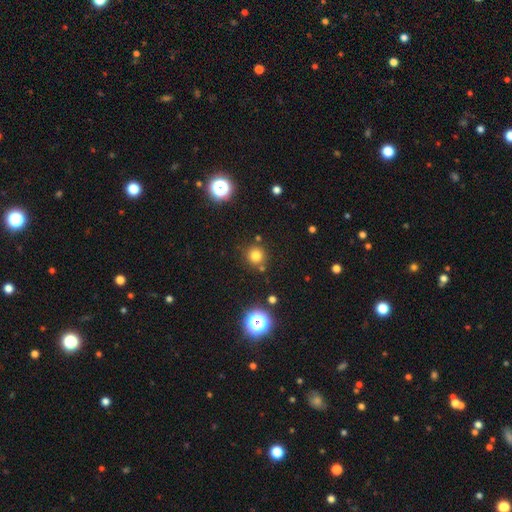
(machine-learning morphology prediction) Smooth or featured? smooth (76%)
How rounded? round (93%)
Merging? none (82%)